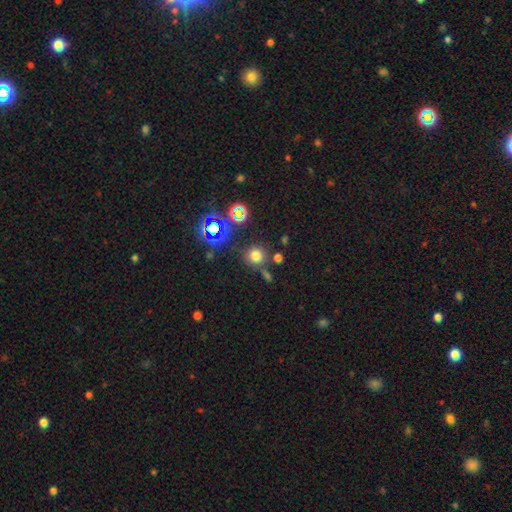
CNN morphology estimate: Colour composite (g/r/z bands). It shows a smooth galaxy with no disk features (68%) that is round (91%). Merging: none (76%).